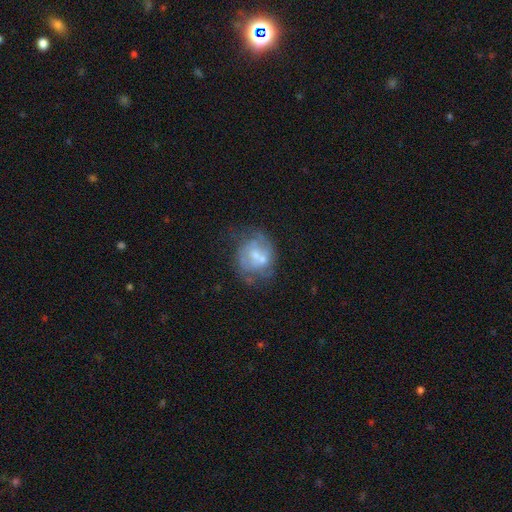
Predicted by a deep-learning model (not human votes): Smooth or featured: featured or disk — 61% (smooth — 29%)
Edge-on disk: no — 97% (yes — 3%)
Bar: no — 58% (weak — 34%)
Spiral arms: yes — 51% (no — 49%)
Bulge size: small — 48% (moderate — 36%)
Merging: none — 46% (minor disturbance — 22%)